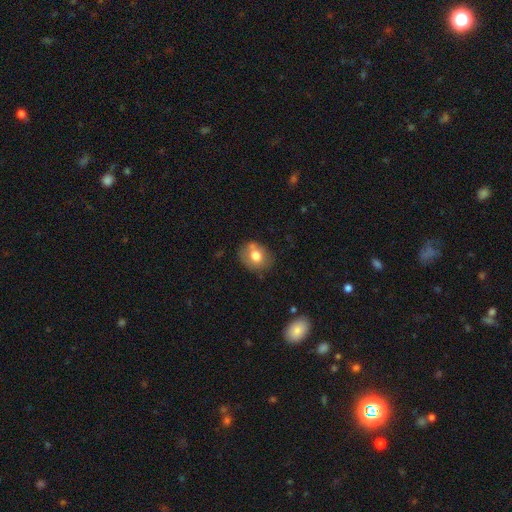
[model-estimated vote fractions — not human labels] Overall: smooth (73%). How rounded: round (59%; in between 40%). Merging: none (68%).